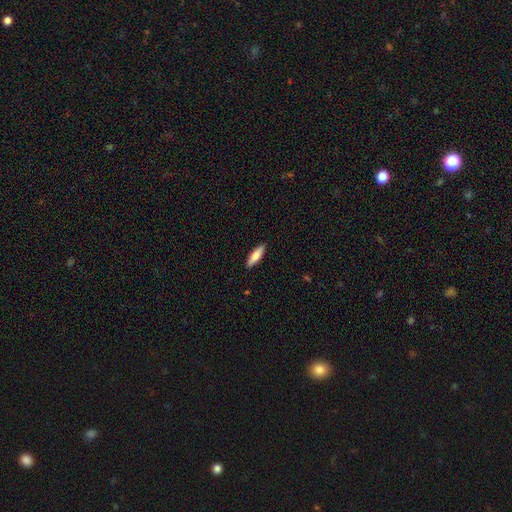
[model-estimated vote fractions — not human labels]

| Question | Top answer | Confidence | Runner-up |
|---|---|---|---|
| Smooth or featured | smooth | 77% | featured or disk (17%) |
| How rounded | cigar-shaped | 65% | in between (33%) |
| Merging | none | 90% | minor disturbance (7%) |